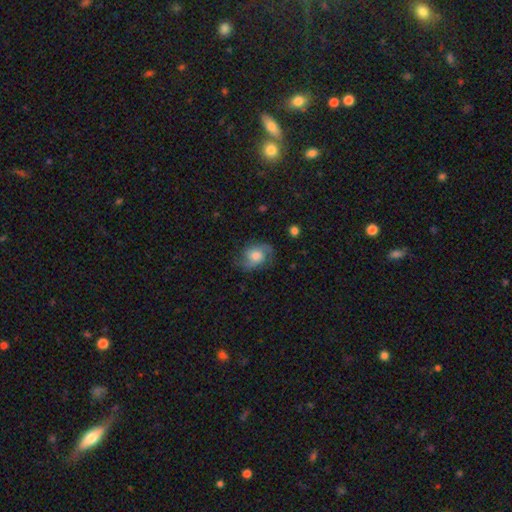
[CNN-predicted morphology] Smooth or featured?
  - featured or disk: 58% *
  - smooth: 33%
  - star or artifact: 9%
Edge-on disk?
  - no: 96% *
  - yes: 4%
Bar?
  - no: 74% *
  - weak: 22%
  - strong: 4%
Spiral arms?
  - yes: 89% *
  - no: 11%
Bulge size?
  - moderate: 50% *
  - large: 27%
  - small: 16%
  - none: 4%
  - dominant: 3%
Merging?
  - none: 68% *
  - minor disturbance: 21%
  - major disturbance: 10%
  - merger: 1%